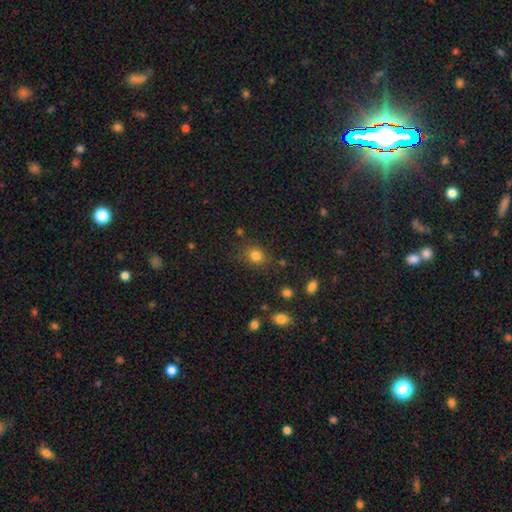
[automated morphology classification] A smooth galaxy with no disk features (80%) that is round (64%).

Vote fractions:
- Smooth or featured? smooth: 80% / star or artifact: 13% / featured or disk: 6%
- How rounded? round: 64% / in between: 35% / cigar-shaped: 1%
- Merging? none: 77% / minor disturbance: 14% / major disturbance: 5% / merger: 4%